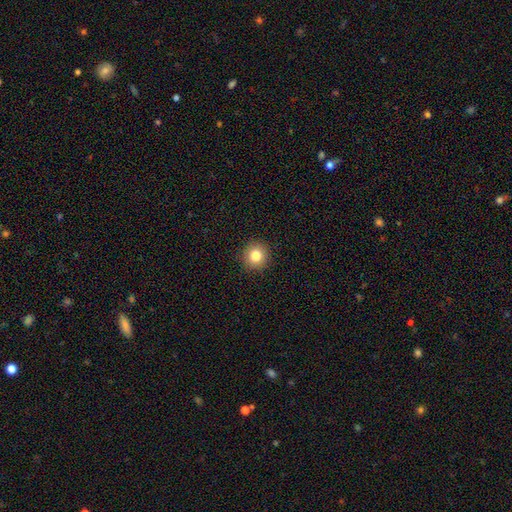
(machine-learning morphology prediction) Smooth or featured? smooth (82%)
How rounded? round (92%)
Merging? none (92%)